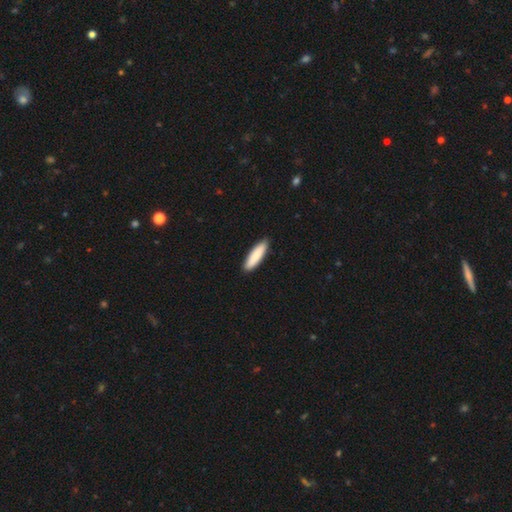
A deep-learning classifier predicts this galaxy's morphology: This appears to be a smooth galaxy with no disk features (88%) that is cigar-shaped (70%). Merging: none (90%).